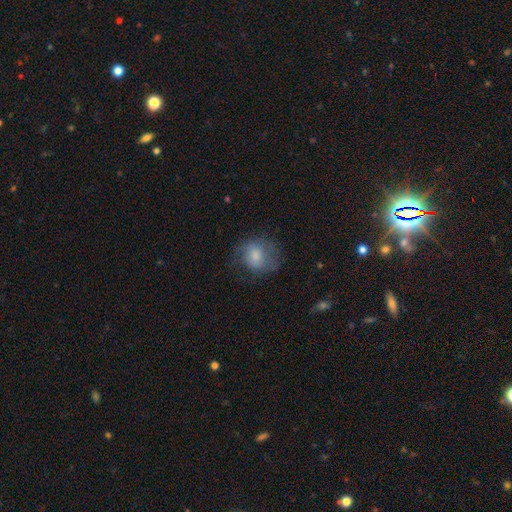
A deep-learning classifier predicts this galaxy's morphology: This appears to be a smooth galaxy with no disk features (65%) that is round (67%). Merging: none (55%).